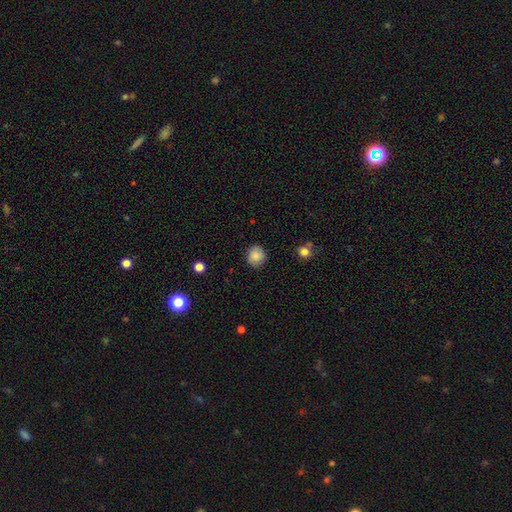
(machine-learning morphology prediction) Smooth or featured: smooth — 86% (star or artifact — 9%)
How rounded: round — 85% (in between — 14%)
Merging: none — 87% (minor disturbance — 9%)